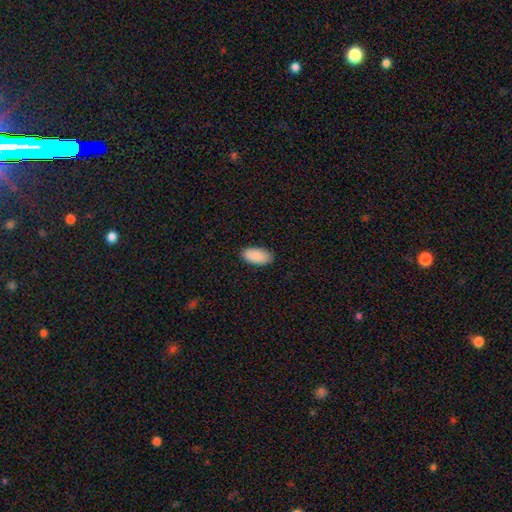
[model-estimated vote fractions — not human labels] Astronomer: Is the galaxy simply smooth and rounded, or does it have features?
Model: smooth — 90%.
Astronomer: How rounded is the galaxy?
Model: in between — 95%.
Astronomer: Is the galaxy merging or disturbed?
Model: none — 88%.